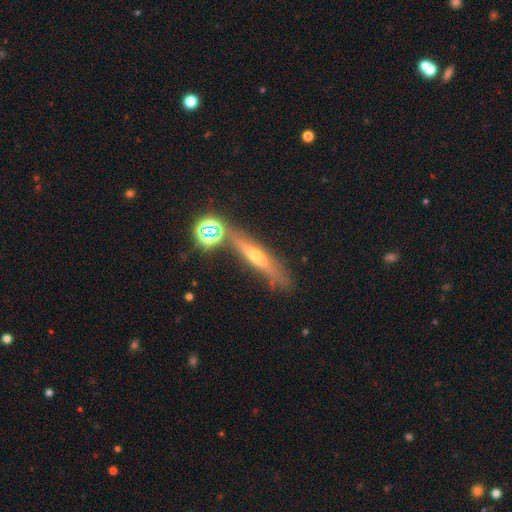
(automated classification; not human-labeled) Overall: featured or disk (57%; smooth 27%). Edge-on disk: yes (87%). Merging: none (71%).